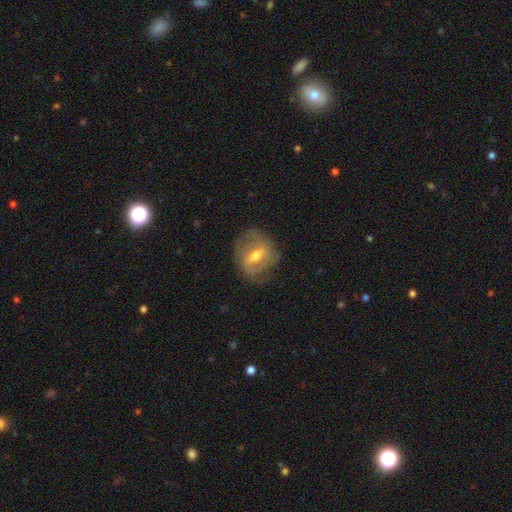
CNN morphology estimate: Smooth or featured: featured or disk — 67% (smooth — 26%)
Edge-on disk: no — 94% (yes — 6%)
Bar: weak — 48% (strong — 33%)
Spiral arms: yes — 69% (no — 31%)
Bulge size: moderate — 69% (small — 23%)
Merging: none — 66% (minor disturbance — 22%)